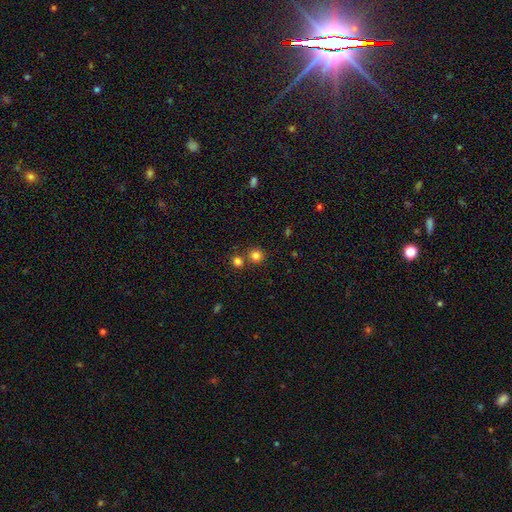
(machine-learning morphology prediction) This is clearly a smooth galaxy (80%). How rounded: clearly round (93%). Merging: likely none (74%).